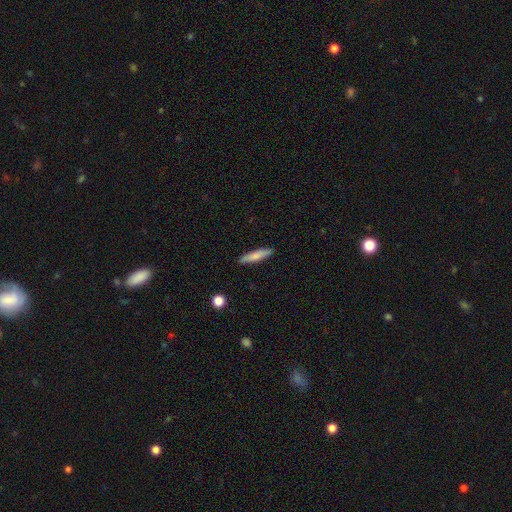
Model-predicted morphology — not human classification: type=smooth (75%); roundness=cigar-shaped (87%); merging=none (90%).